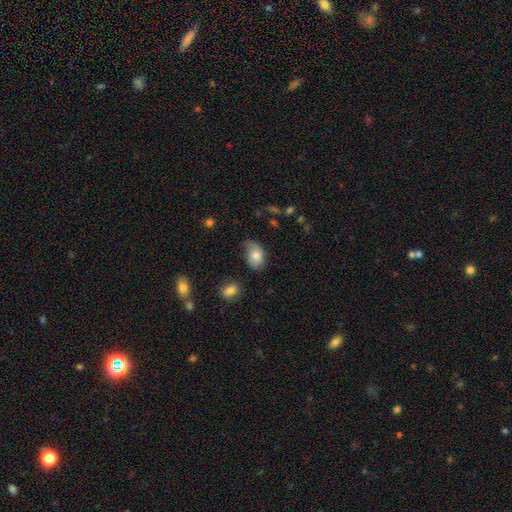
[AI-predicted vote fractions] Overall: smooth (76%). How rounded: in between (85%). Merging: none (45%; minor disturbance 39%).